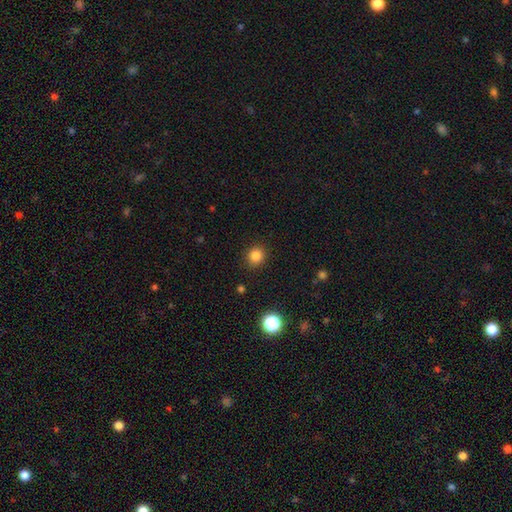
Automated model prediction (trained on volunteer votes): The model was most divided on "how rounded": round: 82%, in between: 17%, cigar-shaped: 1%. More confident: merging — none (90%); smooth or featured — smooth (84%).